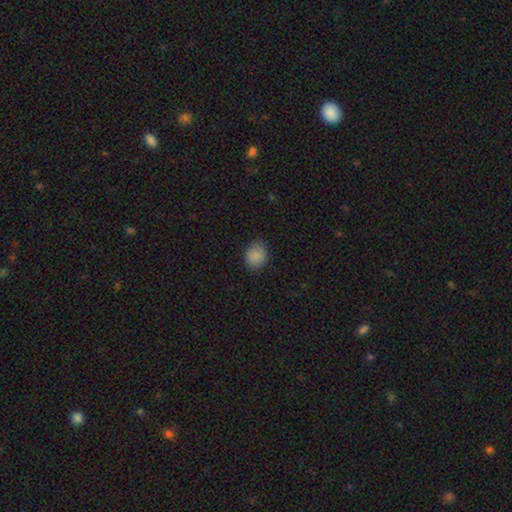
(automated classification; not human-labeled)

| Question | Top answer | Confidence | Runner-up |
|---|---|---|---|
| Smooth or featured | smooth | 87% | star or artifact (9%) |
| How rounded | round | 64% | in between (36%) |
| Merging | none | 83% | minor disturbance (13%) |